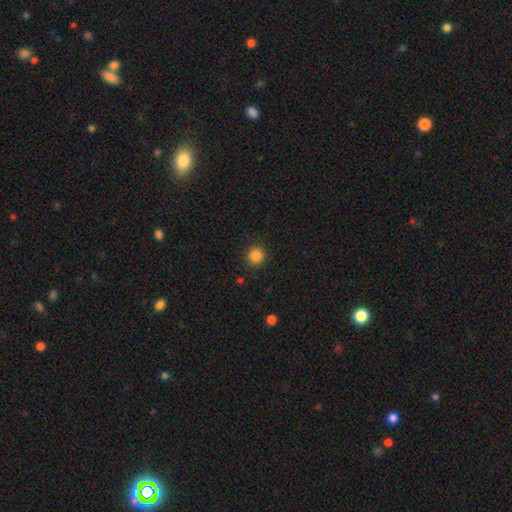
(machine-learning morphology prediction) Smooth or featured: smooth — 86% (star or artifact — 11%)
How rounded: round — 90% (in between — 9%)
Merging: none — 90% (minor disturbance — 7%)